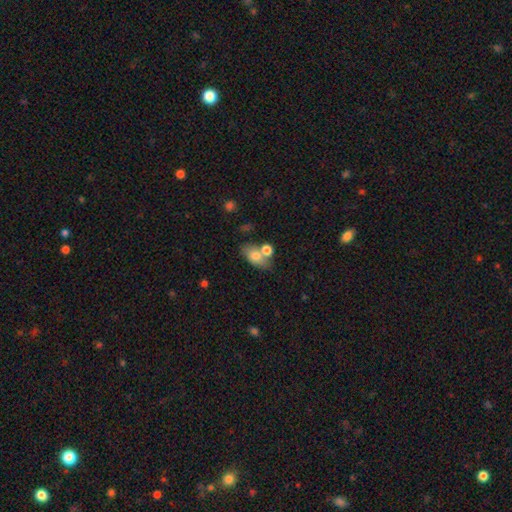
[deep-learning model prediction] A smooth galaxy with no disk features (73%) that is in between round and cigar-shaped (81%). Merging: none (45%).